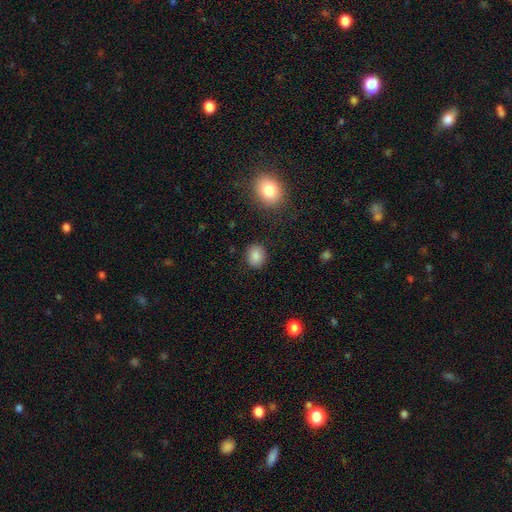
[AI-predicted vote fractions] A smooth galaxy with no disk features (86%) that is round (60%). Merging: none (87%).